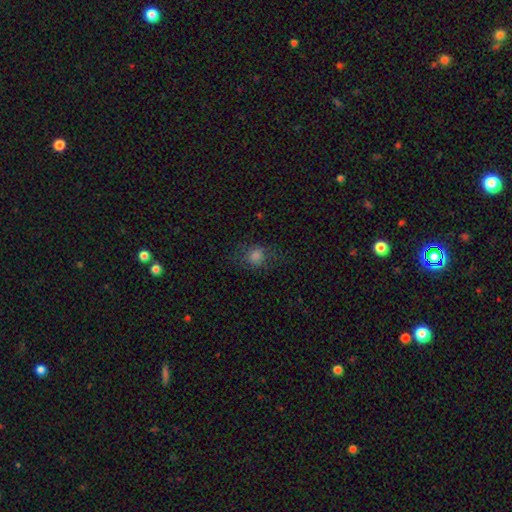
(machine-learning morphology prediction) A smooth galaxy with no disk features (71%) that is round (64%). Merging: none (66%).